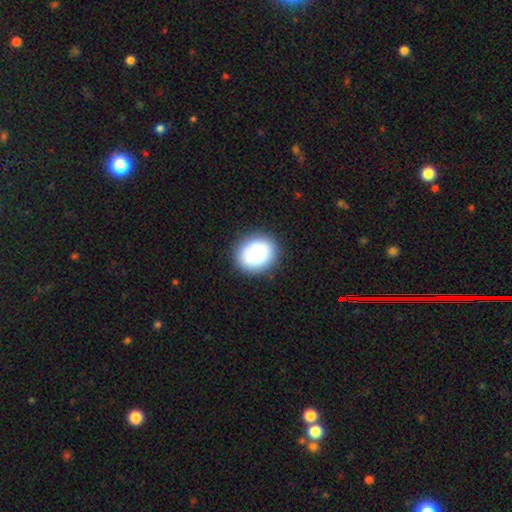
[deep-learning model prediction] Smooth or featured?
  - smooth: 81% *
  - featured or disk: 11%
  - star or artifact: 8%
How rounded?
  - round: 68% *
  - in between: 31%
  - cigar-shaped: 1%
Merging?
  - none: 89% *
  - minor disturbance: 8%
  - major disturbance: 2%
  - merger: 1%